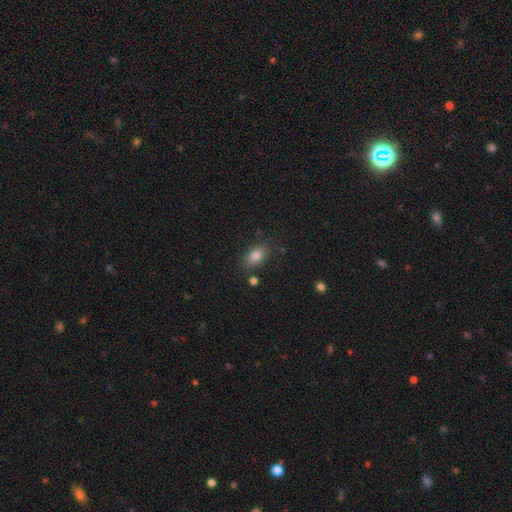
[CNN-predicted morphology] A smooth galaxy with no disk features (81%) that is in between round and cigar-shaped (83%).

Vote fractions:
- Smooth or featured? smooth: 81% / star or artifact: 12% / featured or disk: 7%
- How rounded? in between: 83% / round: 14% / cigar-shaped: 3%
- Merging? none: 82% / minor disturbance: 11% / major disturbance: 3% / merger: 3%